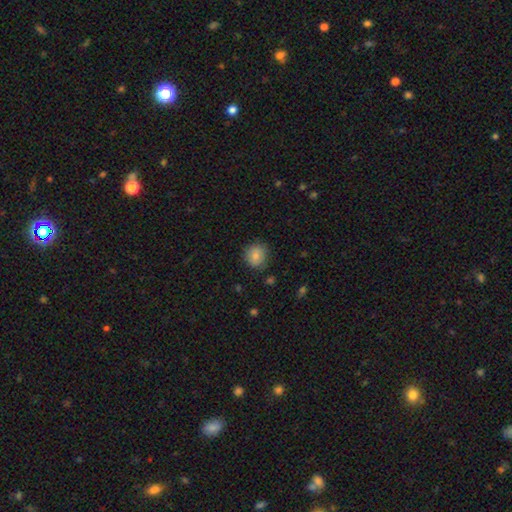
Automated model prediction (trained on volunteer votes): smooth_or_featured: smooth (p=0.82) [alt: star or artifact p=0.09]
how_rounded: round (p=0.83) [alt: in between p=0.16]
merging: none (p=0.80) [alt: minor disturbance p=0.15]